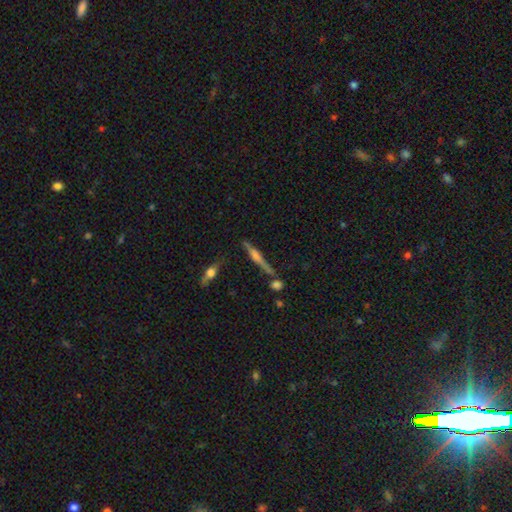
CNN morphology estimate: A featured or disk galaxy (65%) viewed edge-on (96%) with a rounded central bulge (71%).

Vote fractions:
- Smooth or featured? featured or disk: 65% / smooth: 26% / star or artifact: 8%
- Edge-on disk? yes: 96% / no: 4%
- Edge-on bulge? rounded: 71% / boxy: 16% / none: 13%
- Merging? none: 72% / minor disturbance: 14% / merger: 10% / major disturbance: 4%